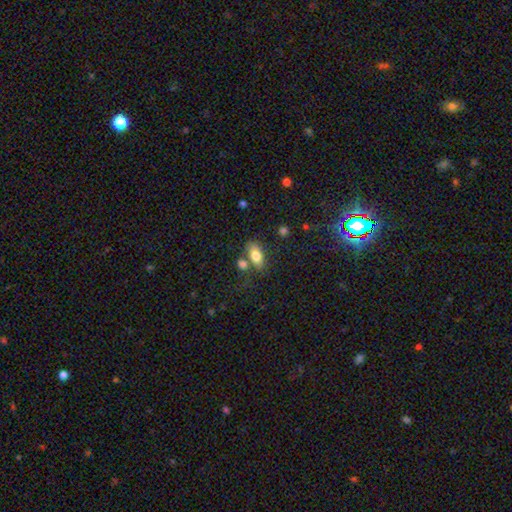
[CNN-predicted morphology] smooth 79%, featured or disk 14%, star or artifact 8%. Down the decision tree: how rounded — in between (88%); merging — none (62%).